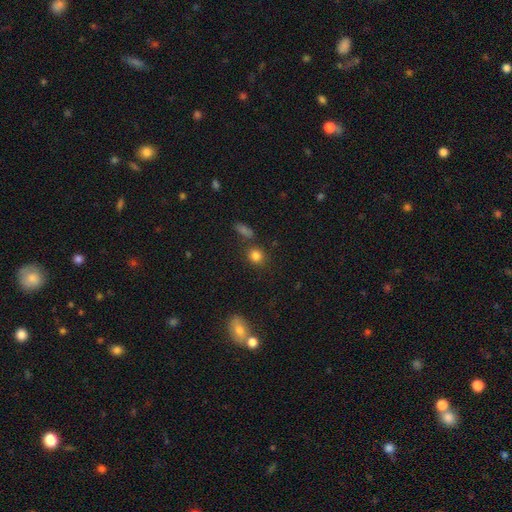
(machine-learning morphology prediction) Overall: smooth (82%). How rounded: round (80%). Merging: none (77%).